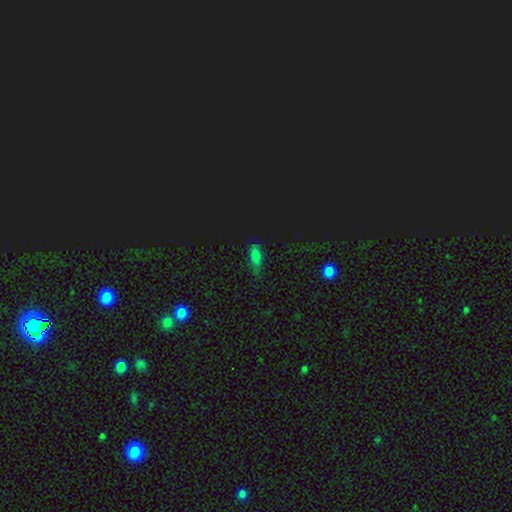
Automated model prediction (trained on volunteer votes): Smooth or featured?
  - smooth: 61% *
  - star or artifact: 29%
  - featured or disk: 9%
How rounded?
  - in between: 74% *
  - cigar-shaped: 18%
  - round: 9%
Merging?
  - none: 65% *
  - minor disturbance: 25%
  - major disturbance: 7%
  - merger: 3%